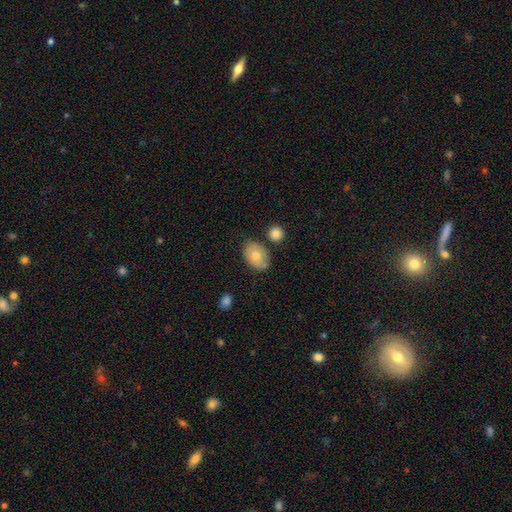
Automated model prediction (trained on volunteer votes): smooth_or_featured: smooth (p=0.70) [alt: featured or disk p=0.23]
how_rounded: in between (p=0.76) [alt: round p=0.23]
merging: none (p=0.68) [alt: minor disturbance p=0.20]